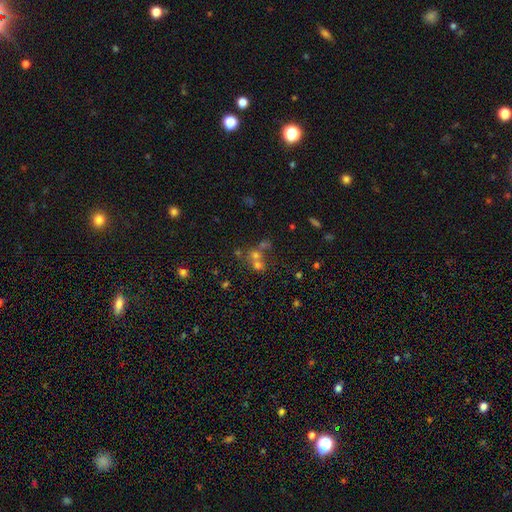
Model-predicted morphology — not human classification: smooth_or_featured: smooth (p=0.50) [alt: star or artifact p=0.30]
how_rounded: round (p=0.77) [alt: in between p=0.21]
merging: merger (p=0.50) [alt: none p=0.38]